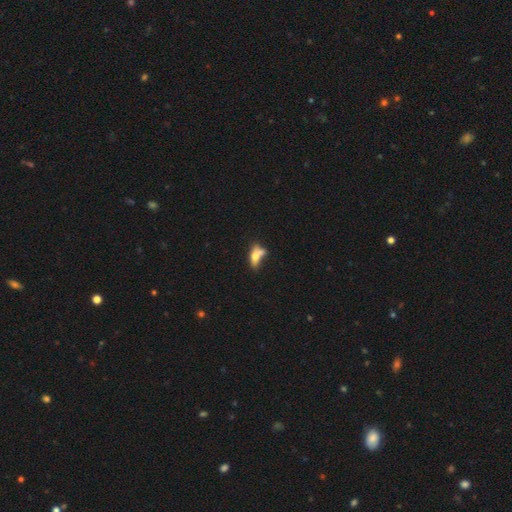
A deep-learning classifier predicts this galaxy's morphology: Q: Smooth or featured?
A: smooth (60%); runner-up: featured or disk (30%)
Q: How rounded?
A: in between (74%); runner-up: cigar-shaped (17%)
Q: Merging?
A: merger (45%); runner-up: none (28%)